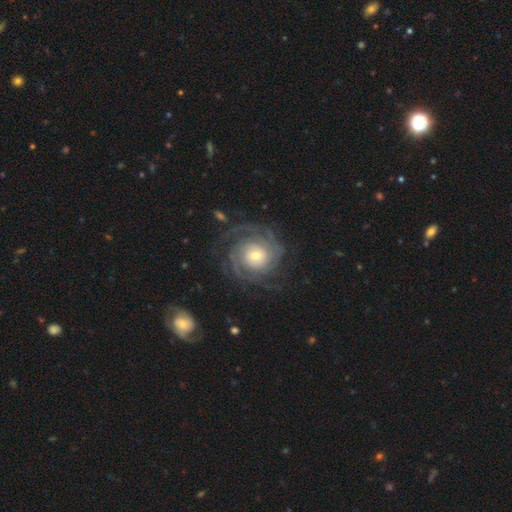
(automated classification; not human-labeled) The model was most divided on "spiral arm count": 2: 25%, can't tell: 24%, 3: 23%, 4: 13%, more than 4: 8%, 1: 7%. Remaining: edge-on disk — no (98%); spiral arms — yes (97%); smooth or featured — featured or disk (87%); merging — none (75%); bar — no (74%); spiral winding — tight (71%); bulge size — moderate (50%).